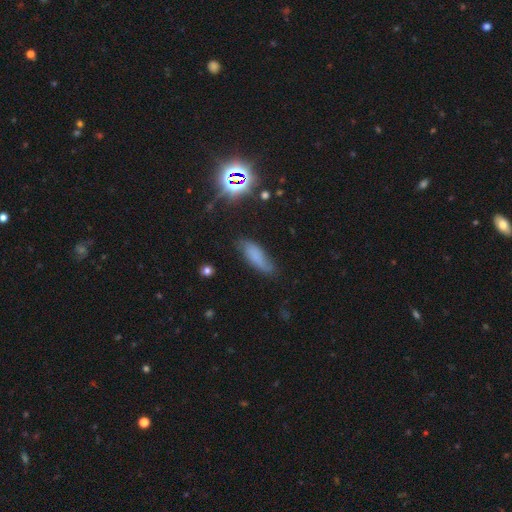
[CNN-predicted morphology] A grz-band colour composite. It shows a smooth galaxy with no disk features (63%) that is in between round and cigar-shaped (58%). Merging: none (64%).